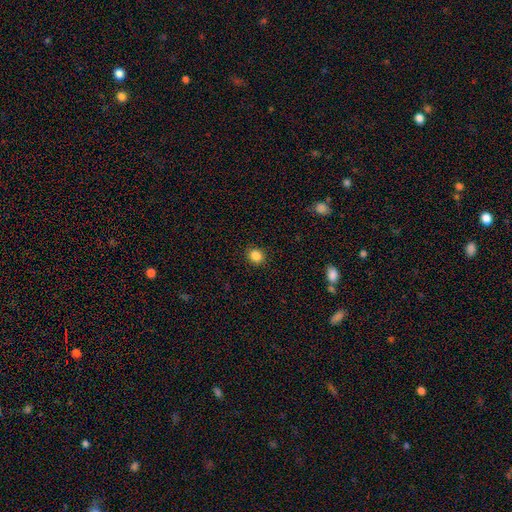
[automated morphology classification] A smooth galaxy with no disk features (86%) that is round (74%).

Vote fractions:
- Smooth or featured? smooth: 86% / star or artifact: 10% / featured or disk: 4%
- How rounded? round: 74% / in between: 25% / cigar-shaped: 1%
- Merging? none: 91% / minor disturbance: 6% / major disturbance: 2% / merger: 1%